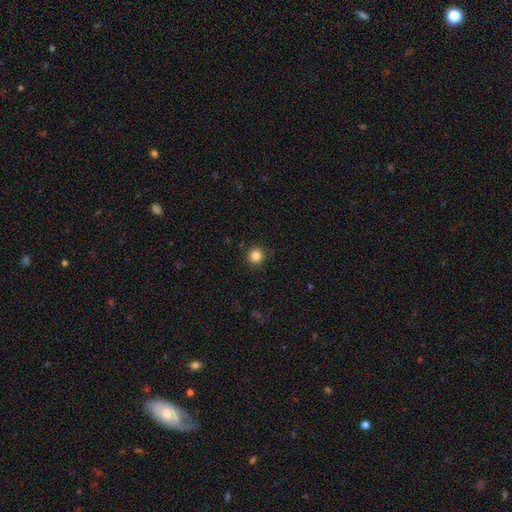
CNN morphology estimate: The model was most divided on "smooth or featured": smooth: 85%, star or artifact: 11%, featured or disk: 4%. More confident: how rounded — round (95%); merging — none (91%).